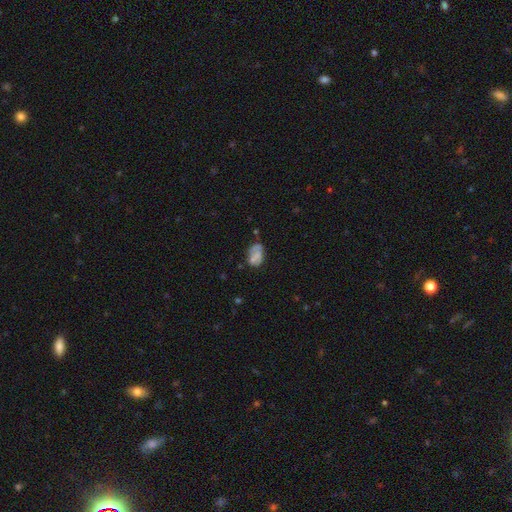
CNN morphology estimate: smooth 57%, featured or disk 32%, star or artifact 11%. Down the decision tree: how rounded — in between (83%); merging — none (40%).